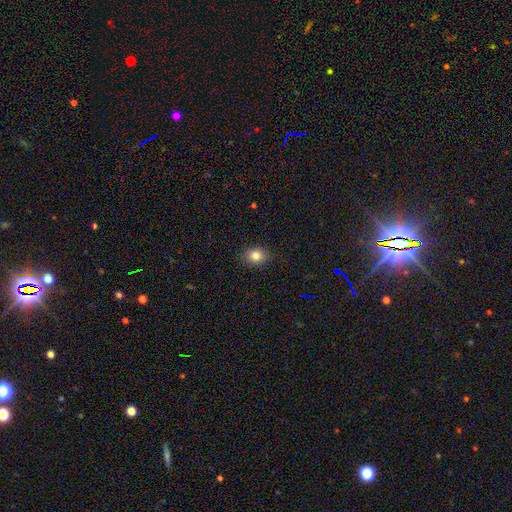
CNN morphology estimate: A smooth galaxy with no disk features (82%) that is round (58%).

Vote fractions:
- Smooth or featured? smooth: 82% / star or artifact: 11% / featured or disk: 7%
- How rounded? round: 58% / in between: 41% / cigar-shaped: 1%
- Merging? none: 86% / minor disturbance: 11% / major disturbance: 2% / merger: 1%